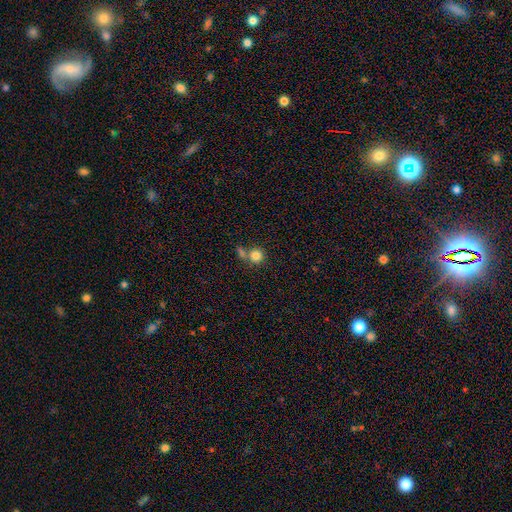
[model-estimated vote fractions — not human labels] Smooth or featured? Predicted: smooth (p=0.82). How rounded? Predicted: round (p=0.91). Merging? Predicted: none (p=0.56).